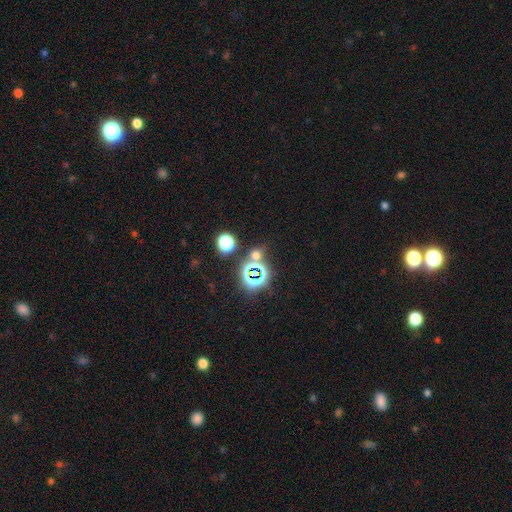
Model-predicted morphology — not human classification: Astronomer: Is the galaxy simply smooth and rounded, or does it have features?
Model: star or artifact — 53% (runner-up: smooth, 40%).